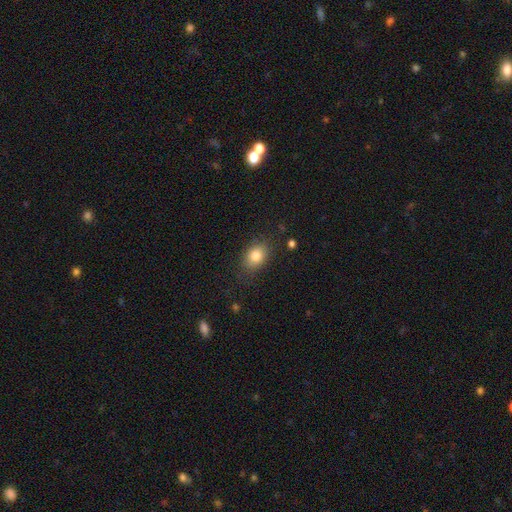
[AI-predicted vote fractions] A smooth galaxy with no disk features (82%) that is in between round and cigar-shaped (66%).

Vote fractions:
- Smooth or featured? smooth: 82% / star or artifact: 10% / featured or disk: 8%
- How rounded? in between: 66% / round: 33% / cigar-shaped: 1%
- Merging? none: 81% / minor disturbance: 13% / major disturbance: 4% / merger: 1%